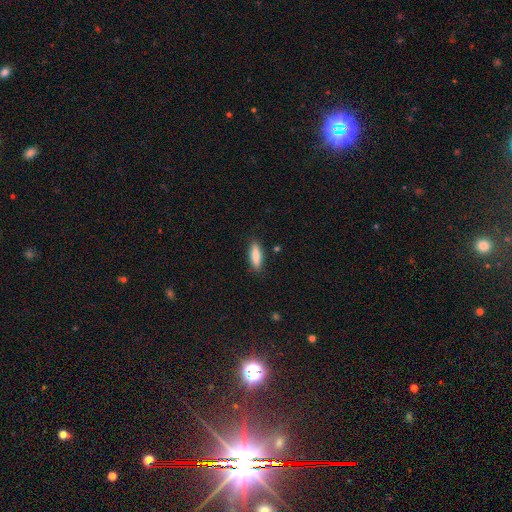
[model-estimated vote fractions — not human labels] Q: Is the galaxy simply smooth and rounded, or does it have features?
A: smooth — 84%.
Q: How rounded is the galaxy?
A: cigar-shaped — 50%.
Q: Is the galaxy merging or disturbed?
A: none — 86%.